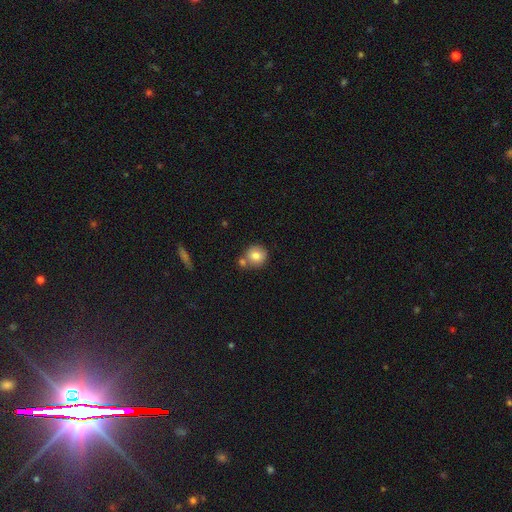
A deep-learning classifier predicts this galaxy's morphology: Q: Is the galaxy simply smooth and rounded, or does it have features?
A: smooth — 81%.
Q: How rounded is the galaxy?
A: round — 88%.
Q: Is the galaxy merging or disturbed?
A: none — 62%.